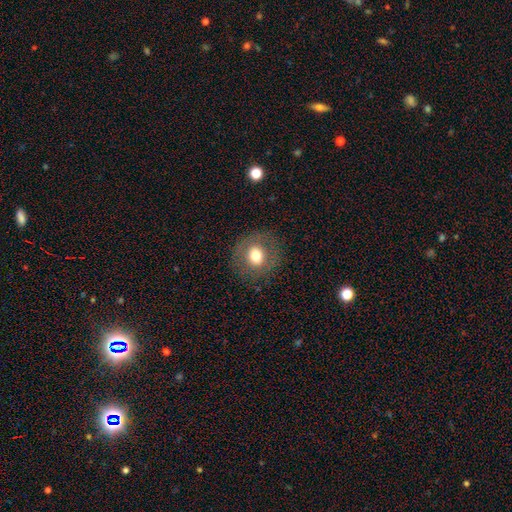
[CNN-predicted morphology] smooth-or-featured: smooth: 69% | featured or disk: 20% | star or artifact: 11%
  how-rounded: round: 82% | in between: 17% | cigar-shaped: 1%
  merging: none: 85% | minor disturbance: 9% | major disturbance: 5% | merger: 1%